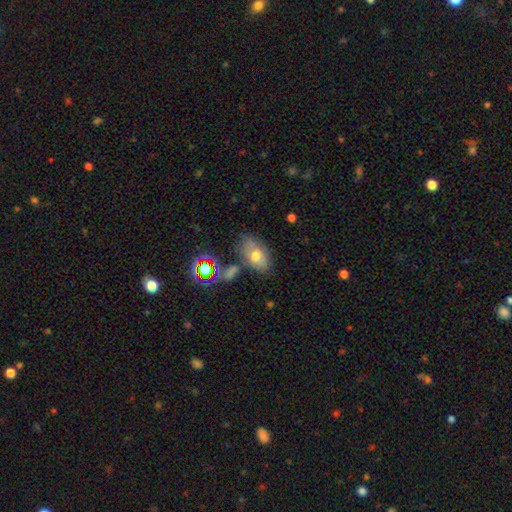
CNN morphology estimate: This appears to be a smooth galaxy with no disk features (58%) that is in between round and cigar-shaped (87%). Merging: none (59%).